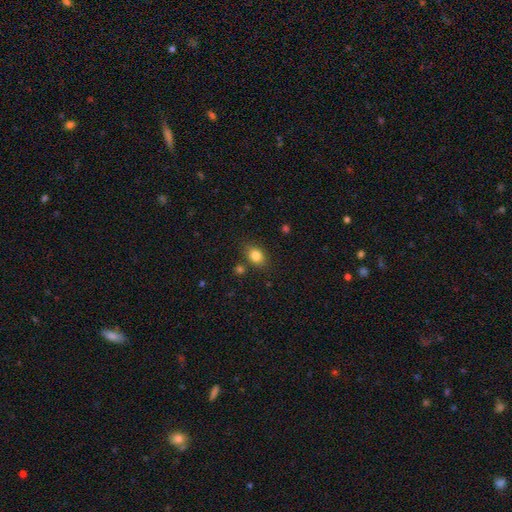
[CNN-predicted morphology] Smooth or featured?
  - smooth: 83% *
  - star or artifact: 10%
  - featured or disk: 7%
How rounded?
  - in between: 65% *
  - round: 34%
  - cigar-shaped: 1%
Merging?
  - none: 79% *
  - minor disturbance: 12%
  - merger: 6%
  - major disturbance: 3%